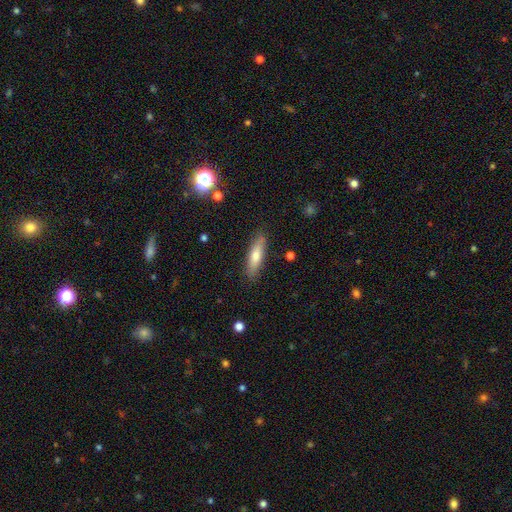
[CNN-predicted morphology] smooth-or-featured: smooth: 65% | featured or disk: 27% | star or artifact: 8%
  how-rounded: cigar-shaped: 65% | in between: 33% | round: 2%
  merging: none: 87% | minor disturbance: 10% | major disturbance: 2% | merger: 1%